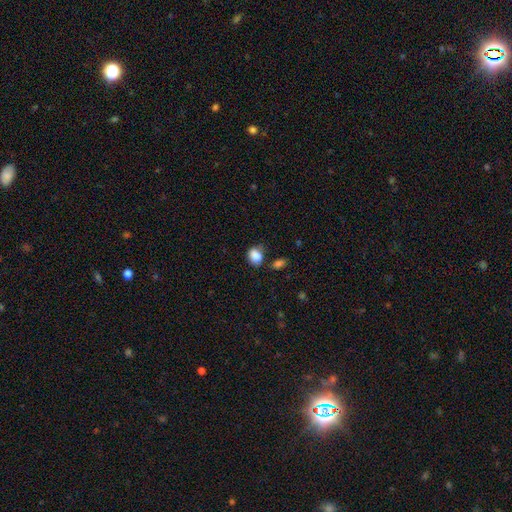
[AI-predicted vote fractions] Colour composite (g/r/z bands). It shows a smooth galaxy with no disk features (85%) that is in between round and cigar-shaped (62%). Merging: none (51%).